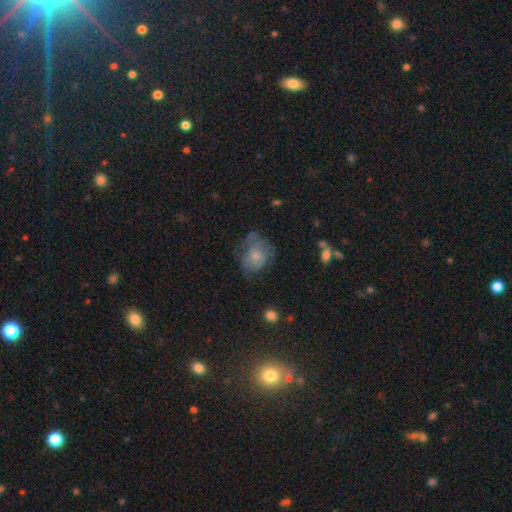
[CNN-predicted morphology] smooth_or_featured: smooth (p=0.63) [alt: featured or disk p=0.28]
how_rounded: round (p=0.54) [alt: in between p=0.45]
merging: none (p=0.45) [alt: minor disturbance p=0.32]